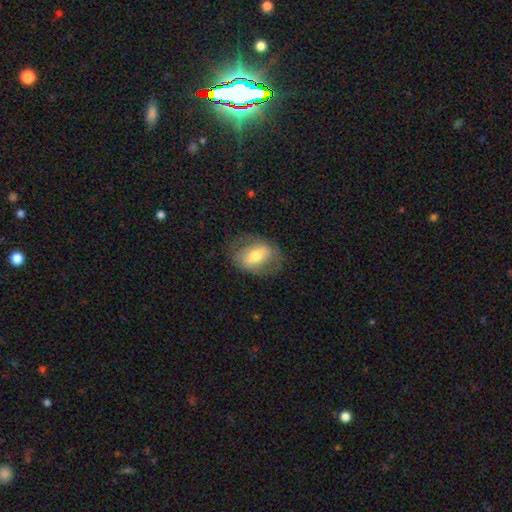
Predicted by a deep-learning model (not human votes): This appears to be a smooth galaxy with no disk features (48%). Merging: none (72%).